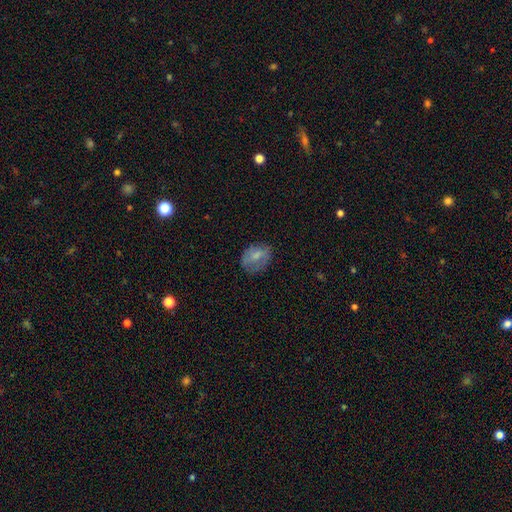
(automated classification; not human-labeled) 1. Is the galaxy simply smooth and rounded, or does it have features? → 66% smooth, 26% featured or disk, 8% star or artifact.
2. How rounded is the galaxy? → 57% in between, 42% round, 1% cigar-shaped.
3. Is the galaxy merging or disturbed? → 65% none, 23% minor disturbance, 10% major disturbance, 1% merger.